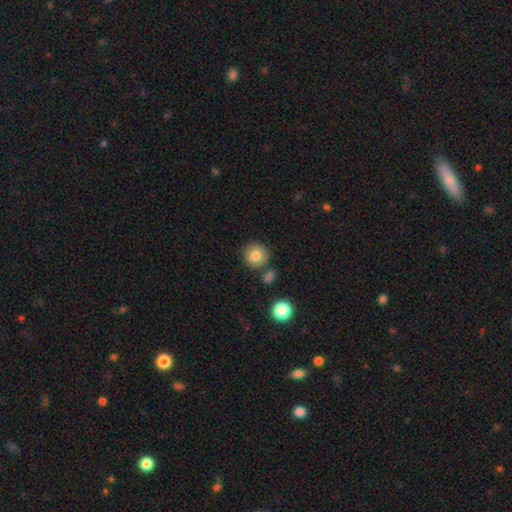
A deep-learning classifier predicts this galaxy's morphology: Smooth or featured?
  - smooth: 81% *
  - star or artifact: 10%
  - featured or disk: 9%
How rounded?
  - round: 92% *
  - in between: 7%
  - cigar-shaped: 1%
Merging?
  - none: 79% *
  - minor disturbance: 9%
  - merger: 9%
  - major disturbance: 3%